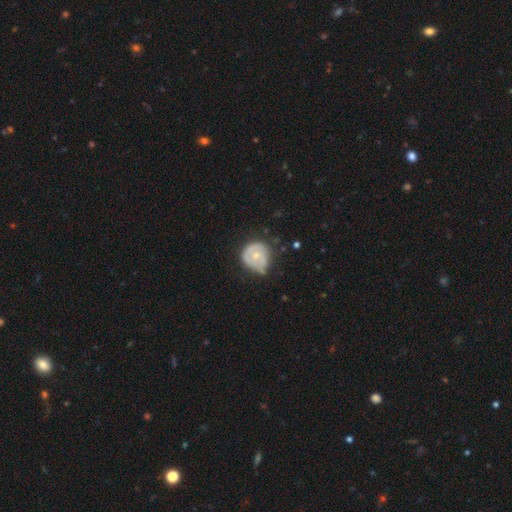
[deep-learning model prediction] Smooth or featured? smooth (50%)
How rounded? round (82%)
Merging? none (45%)